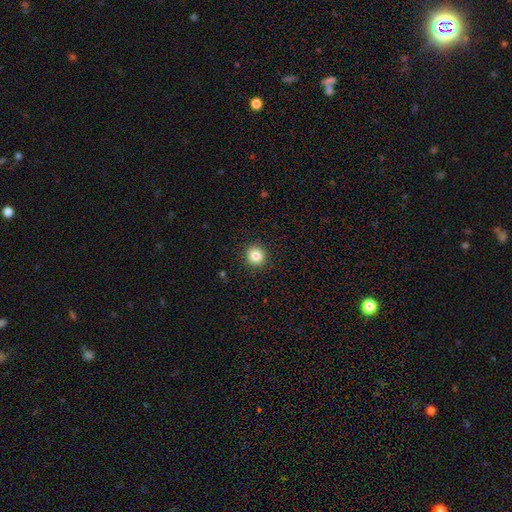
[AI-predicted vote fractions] A smooth galaxy with no disk features (84%) that is round (91%). Merging: none (92%).